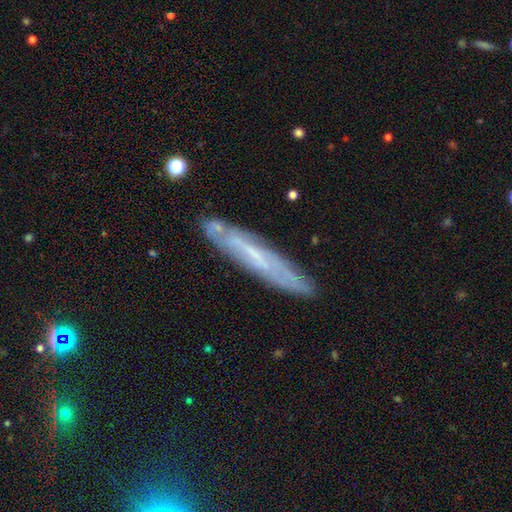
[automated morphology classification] A featured or disk galaxy (59%) viewed edge-on (64%). Merging: none (82%).